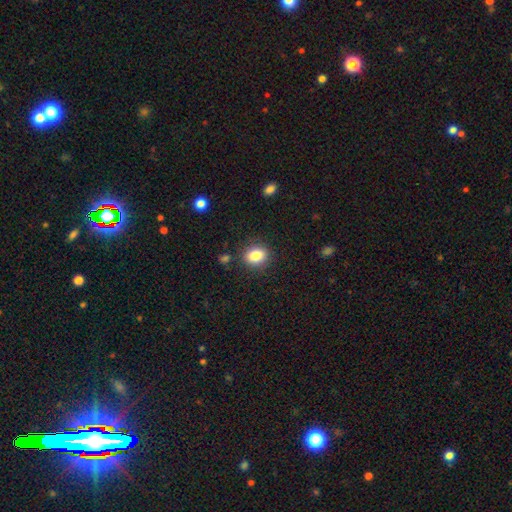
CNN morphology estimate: smooth_or_featured: smooth (p=0.84) [alt: star or artifact p=0.09]
how_rounded: round (p=0.56) [alt: in between p=0.43]
merging: none (p=0.86) [alt: minor disturbance p=0.09]